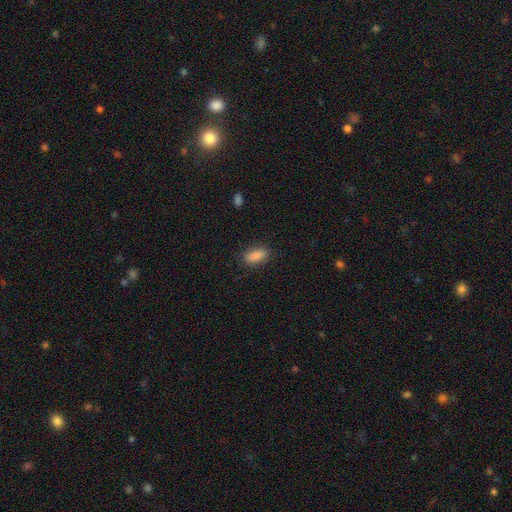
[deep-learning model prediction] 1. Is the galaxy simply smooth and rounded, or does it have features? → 88% smooth, 8% star or artifact, 4% featured or disk.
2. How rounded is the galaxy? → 83% in between, 14% cigar-shaped, 3% round.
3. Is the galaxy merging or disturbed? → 85% none, 11% minor disturbance, 3% major disturbance, 1% merger.